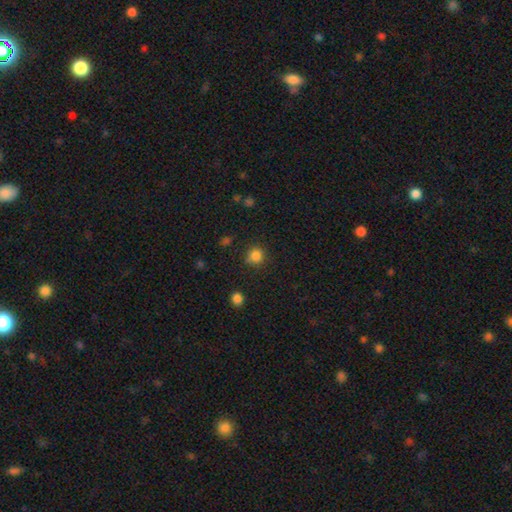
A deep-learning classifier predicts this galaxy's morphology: Smooth or featured: smooth — 83% (star or artifact — 13%)
How rounded: round — 90% (in between — 9%)
Merging: none — 81% (minor disturbance — 13%)